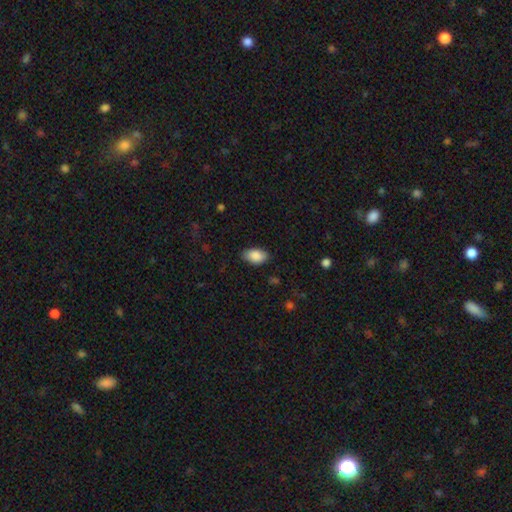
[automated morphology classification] This is clearly a smooth galaxy (88%). How rounded: clearly in between (93%). Merging: clearly none (83%).